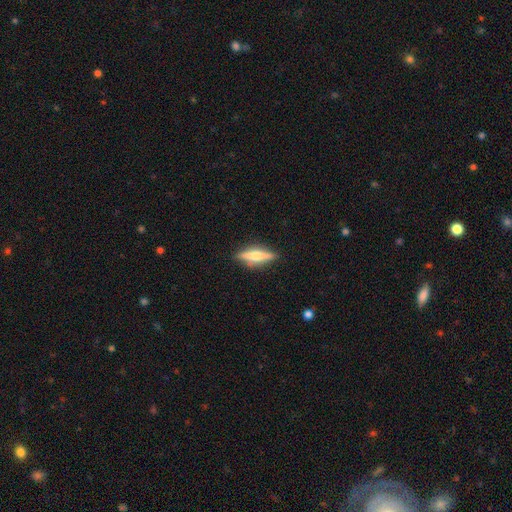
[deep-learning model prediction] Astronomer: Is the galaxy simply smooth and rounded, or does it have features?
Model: featured or disk — 60%.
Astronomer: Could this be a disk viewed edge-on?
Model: yes — 95%.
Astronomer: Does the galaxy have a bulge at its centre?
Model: rounded — 80%.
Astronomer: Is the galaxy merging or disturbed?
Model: none — 87%.